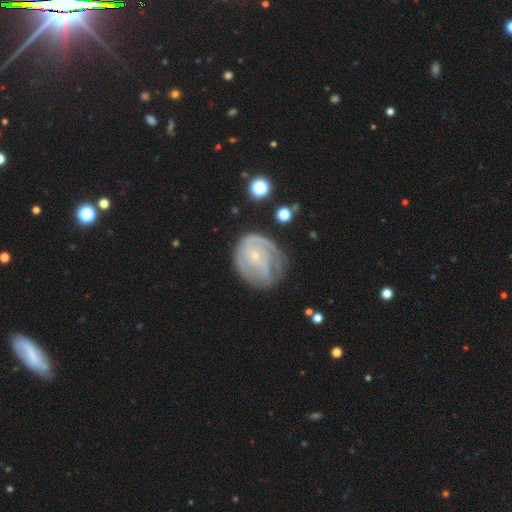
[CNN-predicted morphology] Q: Smooth or featured?
A: featured or disk (77%); runner-up: smooth (17%)
Q: Edge-on disk?
A: no (98%); runner-up: yes (2%)
Q: Bar?
A: no (74%); runner-up: weak (22%)
Q: Spiral arms?
A: yes (89%); runner-up: no (11%)
Q: Spiral winding?
A: tight (60%); runner-up: medium (30%)
Q: Spiral arm count?
A: can't tell (36%); runner-up: 2 (27%)
Q: Bulge size?
A: small (82%); runner-up: moderate (12%)
Q: Merging?
A: none (55%); runner-up: minor disturbance (25%)